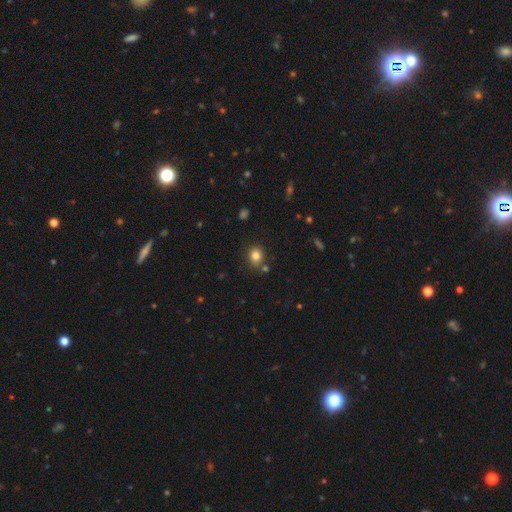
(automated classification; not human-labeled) This is clearly a smooth galaxy (82%). How rounded: likely round (66%). Merging: likely none (79%).